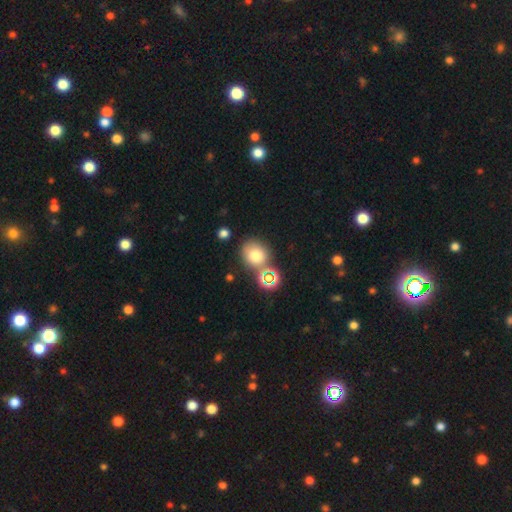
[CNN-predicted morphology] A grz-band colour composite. It shows a smooth galaxy with no disk features (71%) that is round (73%). Merging: none (64%).